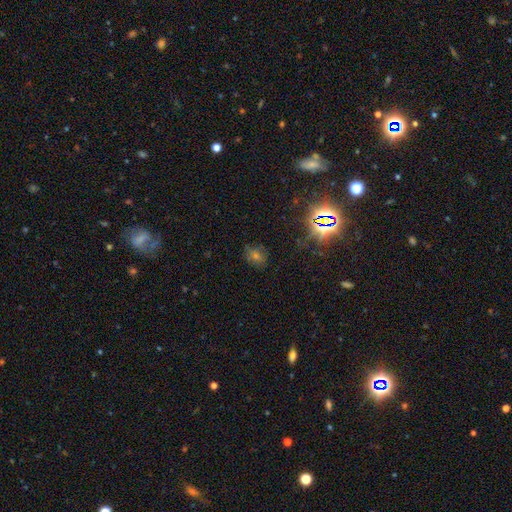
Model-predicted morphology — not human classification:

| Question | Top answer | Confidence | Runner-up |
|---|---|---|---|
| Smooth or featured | star or artifact | 49% | smooth (34%) |